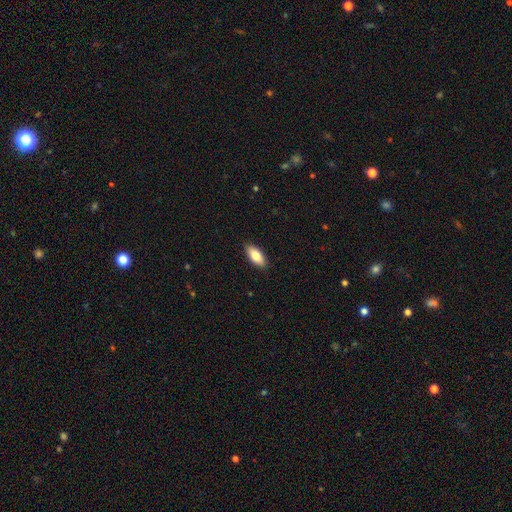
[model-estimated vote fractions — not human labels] Smooth or featured? Predicted: smooth (p=0.80). How rounded? Predicted: in between (p=0.85). Merging? Predicted: none (p=0.90).